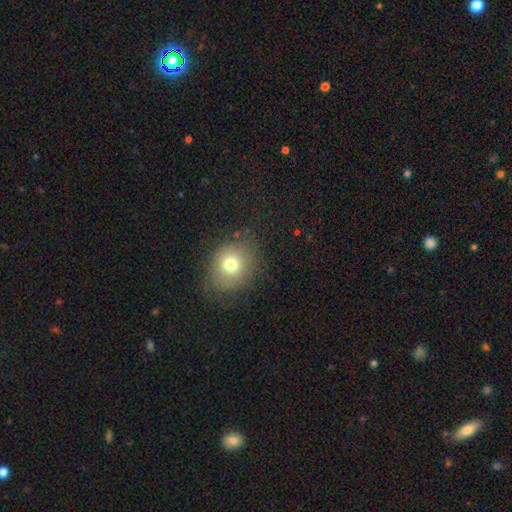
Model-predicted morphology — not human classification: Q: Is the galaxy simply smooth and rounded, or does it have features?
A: smooth — 69%.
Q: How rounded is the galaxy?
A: round — 68%.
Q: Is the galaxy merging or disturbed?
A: none — 83%.